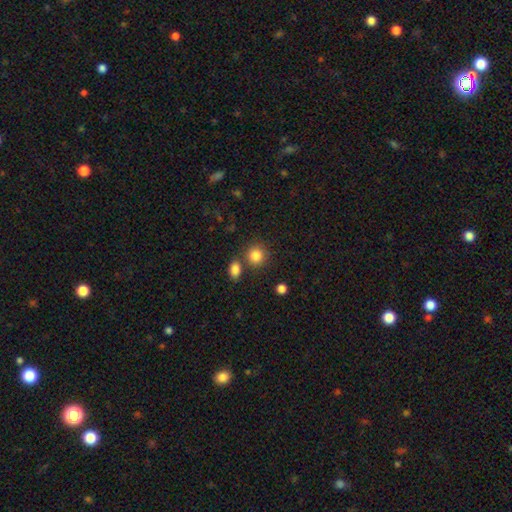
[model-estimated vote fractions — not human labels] smooth 85%, star or artifact 10%, featured or disk 5%. Down the decision tree: how rounded — round (86%); merging — none (72%).